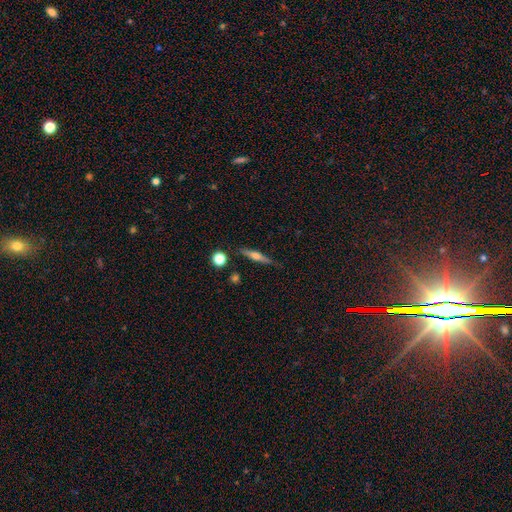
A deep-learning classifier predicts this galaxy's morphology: Smooth or featured?
  - featured or disk: 57% *
  - smooth: 36%
  - star or artifact: 7%
Edge-on disk?
  - yes: 96% *
  - no: 4%
Edge-on bulge?
  - rounded: 88% *
  - none: 6%
  - boxy: 6%
Merging?
  - none: 84% *
  - minor disturbance: 11%
  - merger: 3%
  - major disturbance: 2%